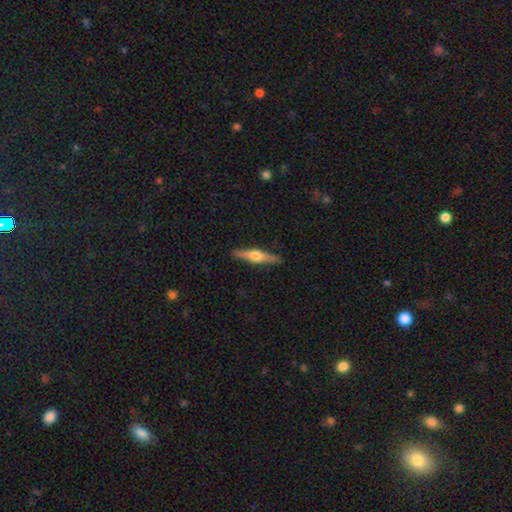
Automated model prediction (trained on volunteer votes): featured or disk 66%, smooth 28%, star or artifact 5%. Down the decision tree: edge-on disk — yes (96%); edge-on bulge — rounded (93%); merging — none (89%).